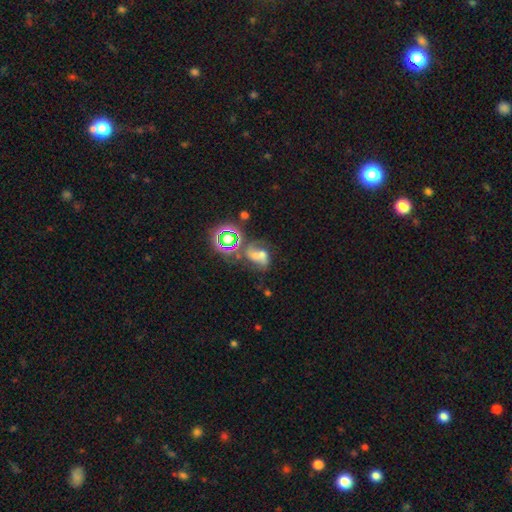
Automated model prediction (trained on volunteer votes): Smooth or featured: featured or disk — 38% (smooth — 33%)
Merging: merger — 42% (none — 25%)